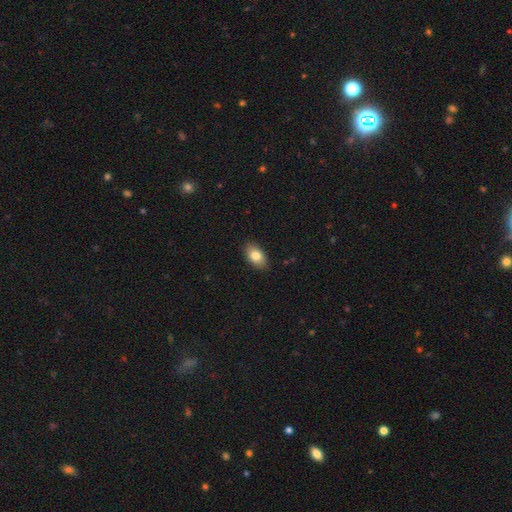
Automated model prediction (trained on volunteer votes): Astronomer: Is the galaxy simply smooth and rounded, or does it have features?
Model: smooth — 81%.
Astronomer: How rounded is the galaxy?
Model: in between — 91%.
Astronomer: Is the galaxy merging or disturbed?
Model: none — 88%.